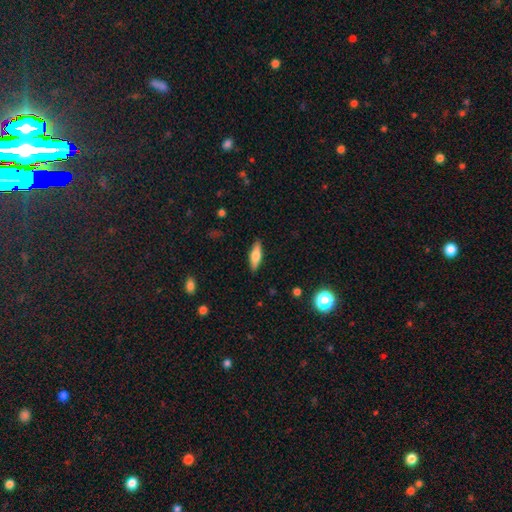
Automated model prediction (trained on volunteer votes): Morphology: type=smooth (63%); roundness=cigar-shaped (51%); merging=none (89%).